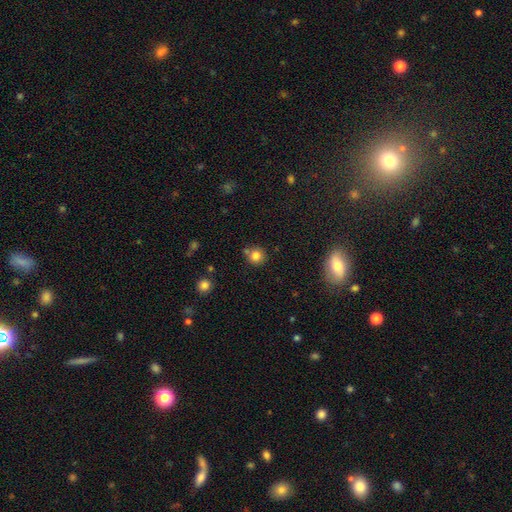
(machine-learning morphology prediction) Smooth or featured?
  - smooth: 80% *
  - star or artifact: 12%
  - featured or disk: 7%
How rounded?
  - round: 90% *
  - in between: 9%
  - cigar-shaped: 1%
Merging?
  - none: 70% *
  - merger: 16%
  - minor disturbance: 11%
  - major disturbance: 3%